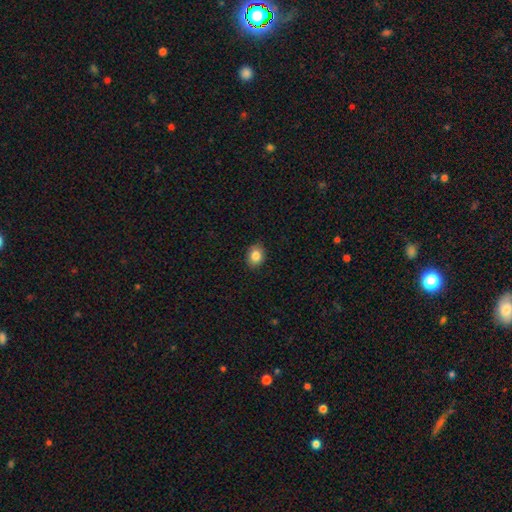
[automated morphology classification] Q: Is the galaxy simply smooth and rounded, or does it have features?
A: smooth — 85%.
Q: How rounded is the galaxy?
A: in between — 53%.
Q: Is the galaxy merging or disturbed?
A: none — 86%.